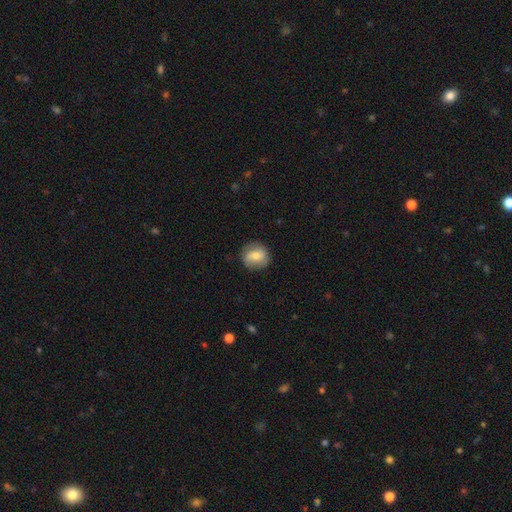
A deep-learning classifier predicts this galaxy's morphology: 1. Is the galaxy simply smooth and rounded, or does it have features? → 62% smooth, 31% featured or disk, 8% star or artifact.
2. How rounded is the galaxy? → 80% round, 18% in between, 1% cigar-shaped.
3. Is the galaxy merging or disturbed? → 82% none, 13% minor disturbance, 4% major disturbance, 1% merger.